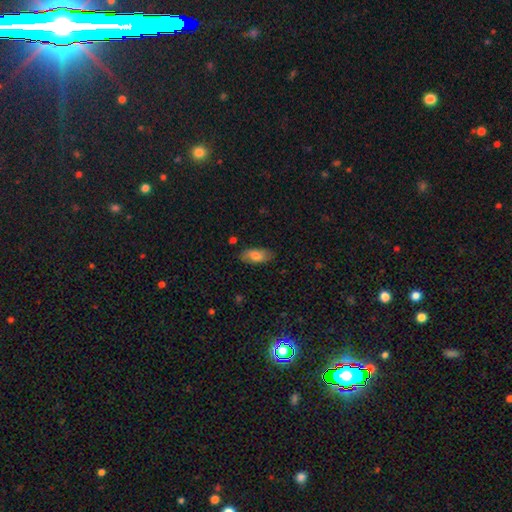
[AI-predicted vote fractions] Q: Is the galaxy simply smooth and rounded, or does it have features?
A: smooth — 77%.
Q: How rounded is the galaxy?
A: in between — 86%.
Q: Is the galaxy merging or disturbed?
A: none — 80%.